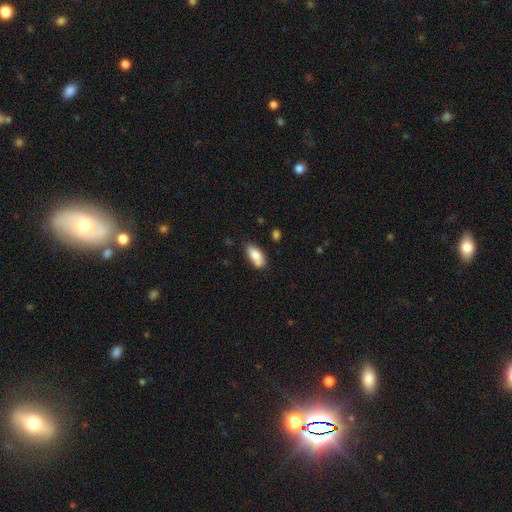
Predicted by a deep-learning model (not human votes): smooth-or-featured: smooth: 80% | featured or disk: 13% | star or artifact: 7%
  how-rounded: in between: 87% | cigar-shaped: 10% | round: 3%
  merging: none: 61% | minor disturbance: 21% | merger: 13% | major disturbance: 5%